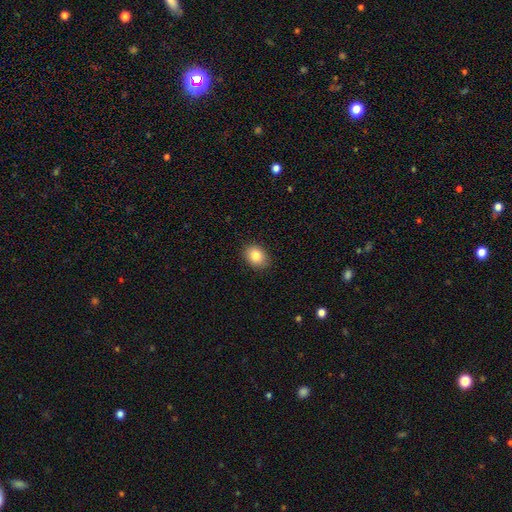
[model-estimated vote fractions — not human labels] A smooth galaxy with no disk features (84%) that is in between round and cigar-shaped (62%).

Vote fractions:
- Smooth or featured? smooth: 84% / star or artifact: 9% / featured or disk: 8%
- How rounded? in between: 62% / round: 37% / cigar-shaped: 1%
- Merging? none: 89% / minor disturbance: 8% / major disturbance: 2% / merger: 1%